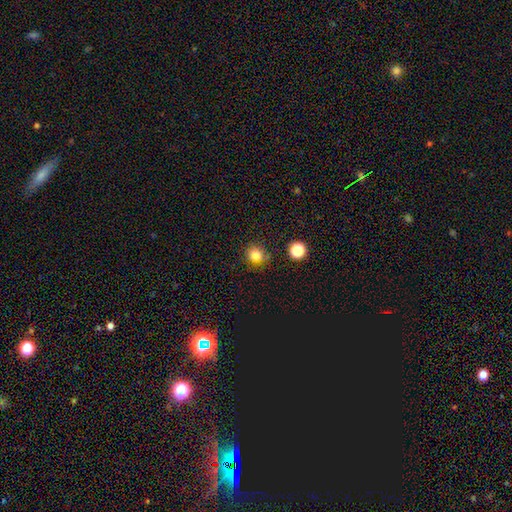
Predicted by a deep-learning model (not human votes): A smooth galaxy with no disk features (80%) that is round (88%).

Vote fractions:
- Smooth or featured? smooth: 80% / star or artifact: 14% / featured or disk: 5%
- How rounded? round: 88% / in between: 11% / cigar-shaped: 1%
- Merging? none: 80% / minor disturbance: 13% / major disturbance: 4% / merger: 4%